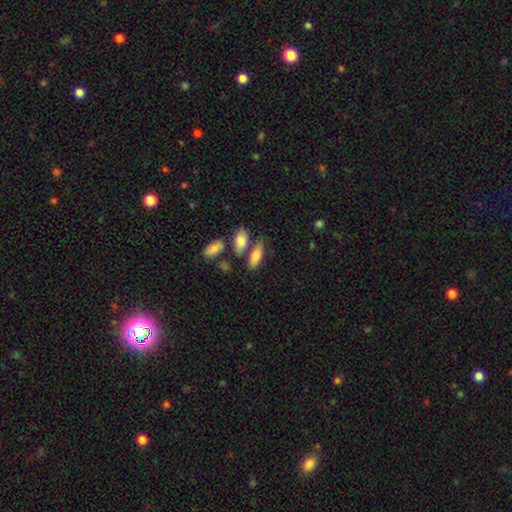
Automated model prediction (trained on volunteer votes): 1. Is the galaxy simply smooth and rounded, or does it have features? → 79% smooth, 14% featured or disk, 7% star or artifact.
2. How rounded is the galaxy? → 70% in between, 27% cigar-shaped, 3% round.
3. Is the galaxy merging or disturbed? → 58% none, 22% merger, 15% minor disturbance, 5% major disturbance.